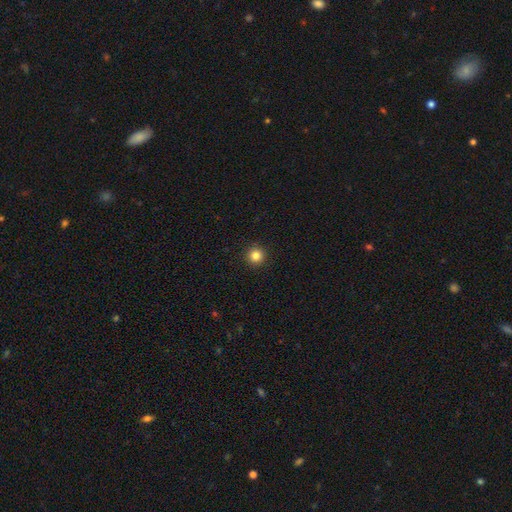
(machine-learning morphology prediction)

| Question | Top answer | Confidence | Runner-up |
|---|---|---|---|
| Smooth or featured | smooth | 83% | star or artifact (12%) |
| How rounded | round | 96% | in between (3%) |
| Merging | none | 94% | minor disturbance (4%) |